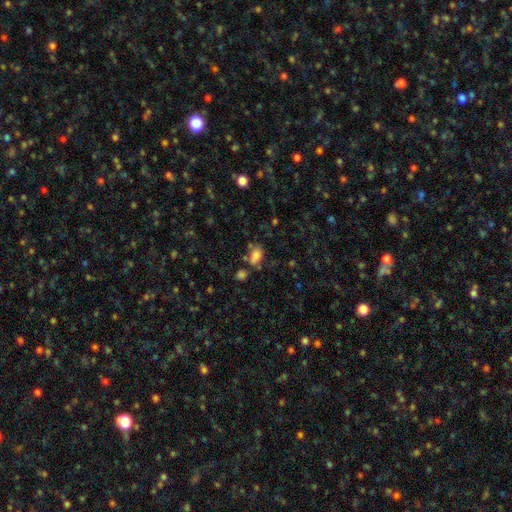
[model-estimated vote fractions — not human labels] This appears to be a smooth galaxy with no disk features (75%) that is in between round and cigar-shaped (82%). Merging: none (54%).